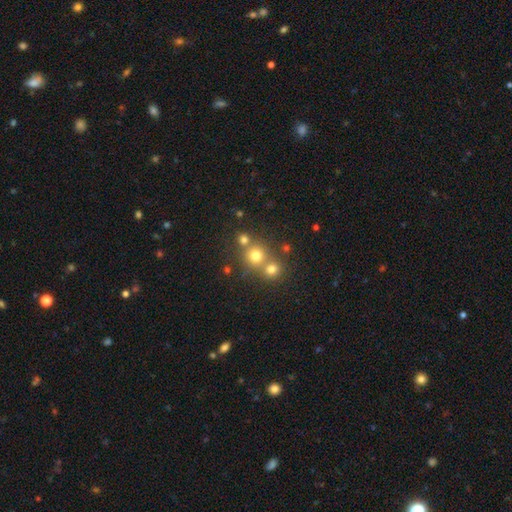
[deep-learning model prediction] smooth_or_featured: smooth (p=0.72) [alt: star or artifact p=0.18]
how_rounded: round (p=0.90) [alt: in between p=0.09]
merging: none (p=0.58) [alt: merger p=0.33]